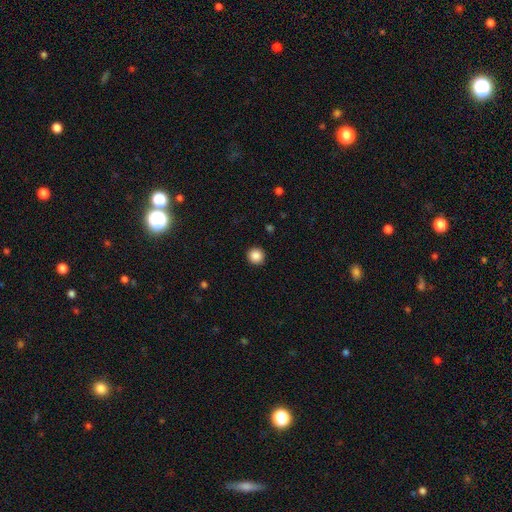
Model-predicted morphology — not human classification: This is clearly a smooth galaxy (87%). How rounded: clearly round (95%). Merging: clearly none (93%).